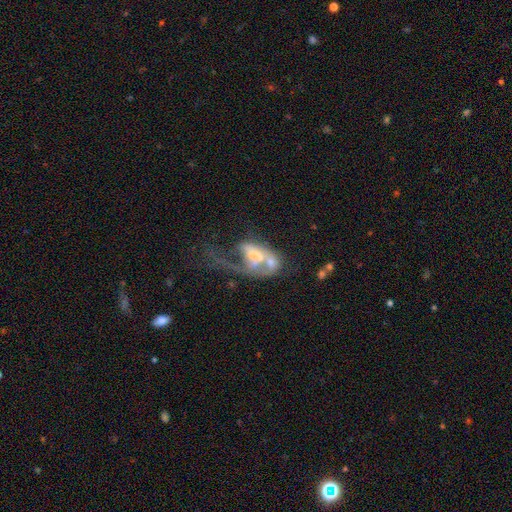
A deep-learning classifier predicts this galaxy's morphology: smooth-or-featured: featured or disk: 58% | smooth: 32% | star or artifact: 9%
  disk-edge-on: no: 94% | yes: 6%
    bar: no: 63% | weak: 27% | strong: 10%
    has-spiral-arms: no: 55% | yes: 45%
    bulge-size: moderate: 45% | small: 26% | large: 14% | none: 13% | dominant: 3%
  merging: merger: 47% | major disturbance: 34% | none: 11% | minor disturbance: 8%